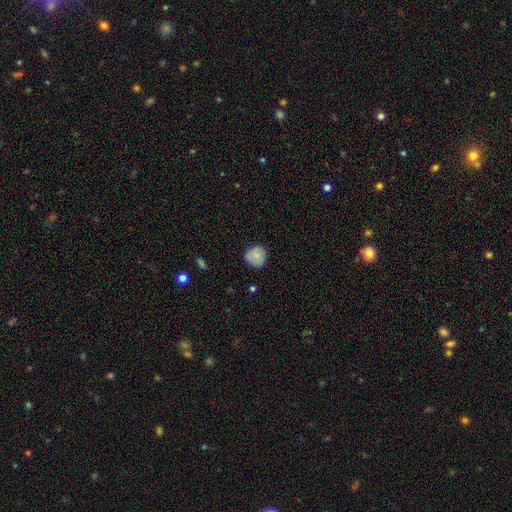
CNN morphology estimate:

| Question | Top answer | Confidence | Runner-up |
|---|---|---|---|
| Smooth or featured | smooth | 77% | featured or disk (15%) |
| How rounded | round | 86% | in between (13%) |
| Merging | none | 73% | minor disturbance (22%) |